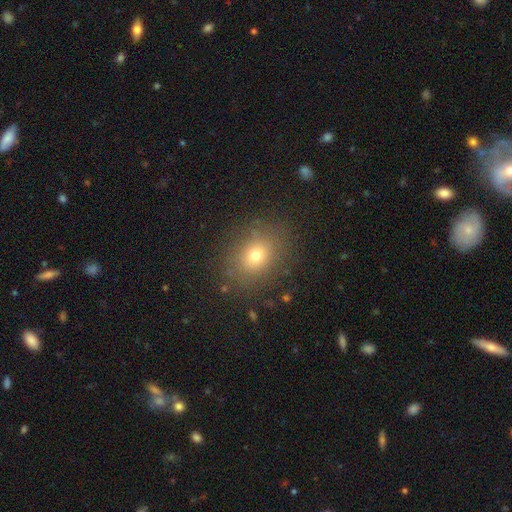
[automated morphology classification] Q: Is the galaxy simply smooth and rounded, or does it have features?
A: smooth — 71%.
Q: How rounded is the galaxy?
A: round — 53%.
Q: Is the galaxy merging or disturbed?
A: none — 83%.